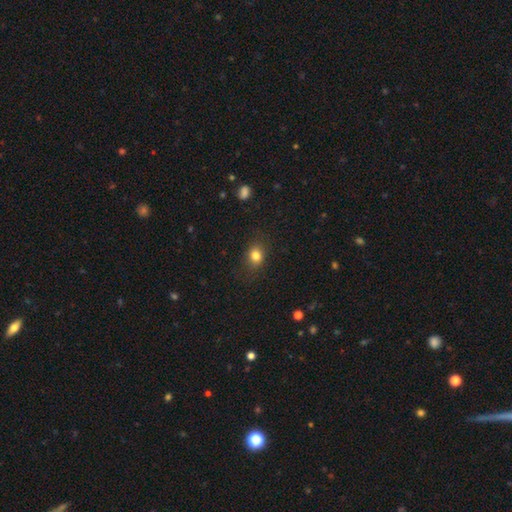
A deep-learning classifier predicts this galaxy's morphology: A smooth galaxy with no disk features (81%) that is round (54%). Merging: none (80%).